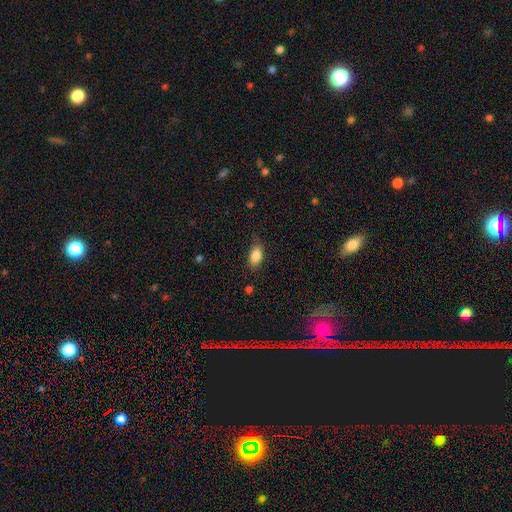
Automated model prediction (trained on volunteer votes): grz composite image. It shows a smooth galaxy with no disk features (85%) that is in between round and cigar-shaped (89%). Merging: none (77%).